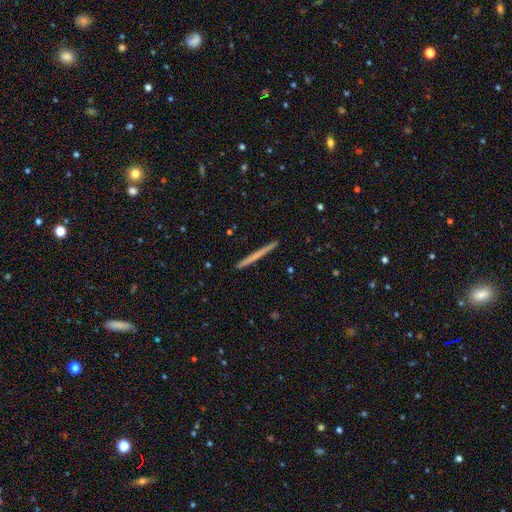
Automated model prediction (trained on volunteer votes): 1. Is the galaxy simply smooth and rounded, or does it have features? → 51% smooth, 43% featured or disk, 6% star or artifact.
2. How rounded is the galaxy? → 97% cigar-shaped, 1% in between, 1% round.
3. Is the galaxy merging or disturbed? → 93% none, 5% minor disturbance, 1% major disturbance, 1% merger.